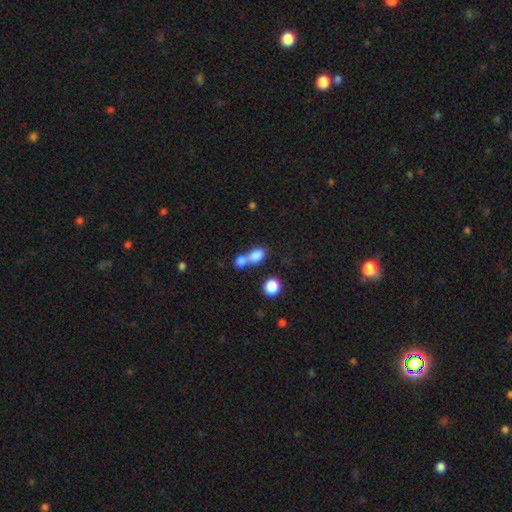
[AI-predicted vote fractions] Q: Smooth or featured?
A: smooth (80%); runner-up: star or artifact (10%)
Q: How rounded?
A: in between (71%); runner-up: round (26%)
Q: Merging?
A: merger (64%); runner-up: none (25%)